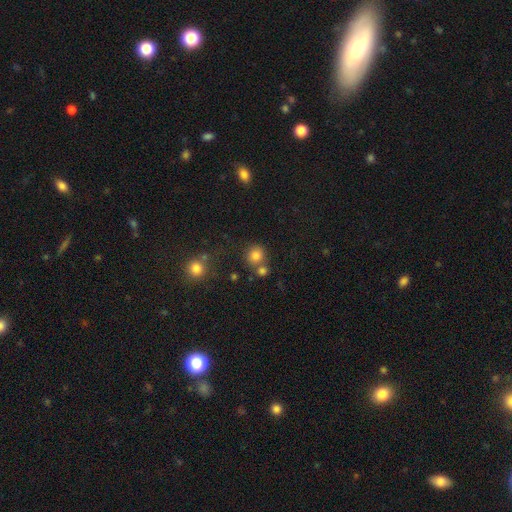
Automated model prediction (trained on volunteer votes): smooth_or_featured: smooth (p=0.79) [alt: star or artifact p=0.14]
how_rounded: round (p=0.87) [alt: in between p=0.12]
merging: none (p=0.66) [alt: merger p=0.21]